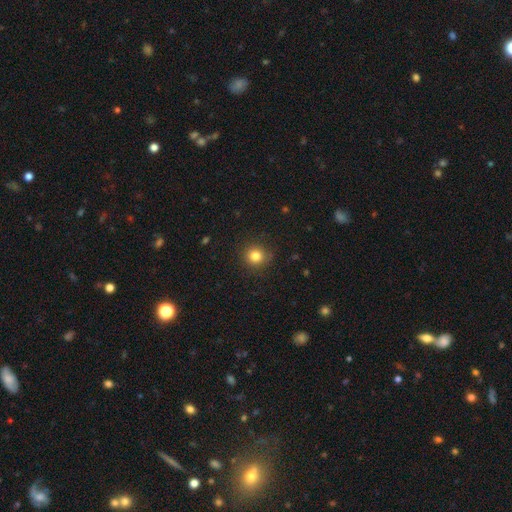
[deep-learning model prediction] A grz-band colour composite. It shows a smooth galaxy with no disk features (83%) that is round (91%). Merging: none (89%).